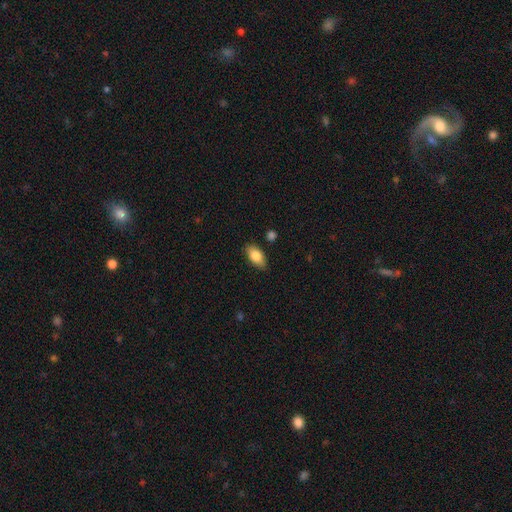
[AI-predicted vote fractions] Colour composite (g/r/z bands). It shows a smooth galaxy with no disk features (82%) that is in between round and cigar-shaped (91%). Merging: none (85%).